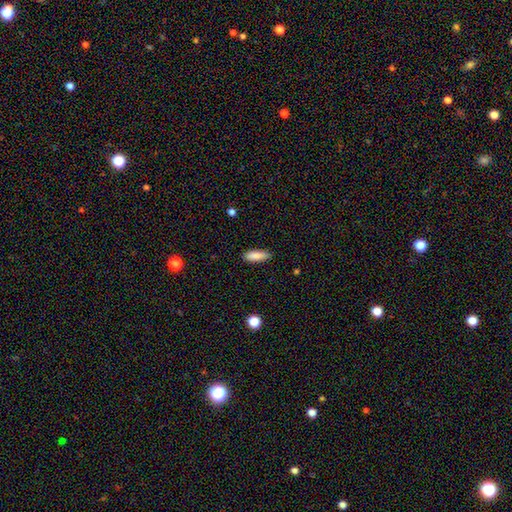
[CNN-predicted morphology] type=smooth (87%); roundness=in between (57%); merging=none (83%).